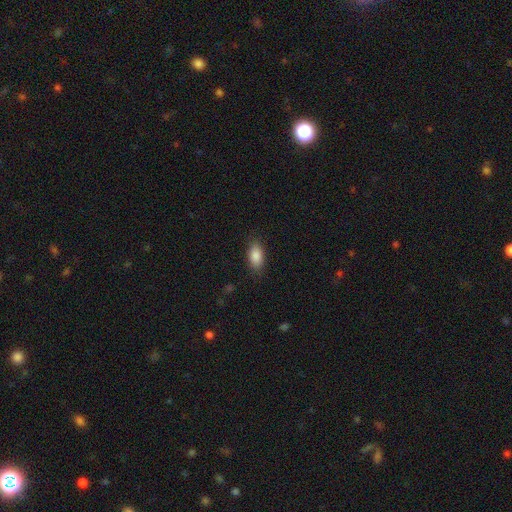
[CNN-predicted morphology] Smooth or featured? Predicted: smooth (p=0.88). How rounded? Predicted: in between (p=0.90). Merging? Predicted: none (p=0.86).